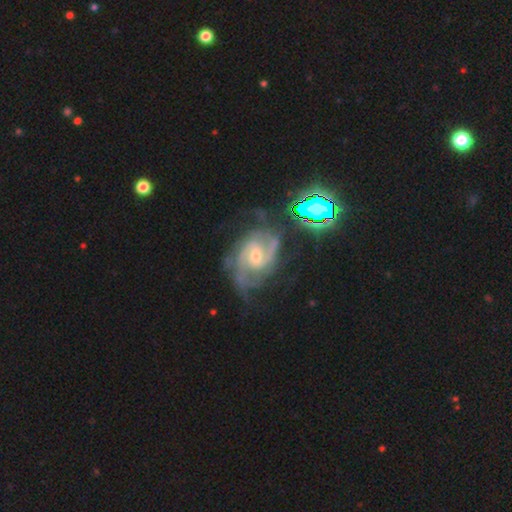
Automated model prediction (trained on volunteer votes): smooth-or-featured: featured or disk: 88% | star or artifact: 7% | smooth: 5%
  disk-edge-on: no: 97% | yes: 3%
    bar: weak: 48% | no: 39% | strong: 13%
    has-spiral-arms: yes: 97% | no: 3%
      spiral-winding: medium: 49% | tight: 36% | loose: 15%
      spiral-arm-count: 2: 63% | 3: 13% | can't tell: 13% | 4: 4% | 1: 4% | more than 4: 3%
    bulge-size: moderate: 51% | small: 44% | large: 3% | none: 2% | dominant: 1%
  merging: none: 59% | minor disturbance: 23% | major disturbance: 15% | merger: 4%